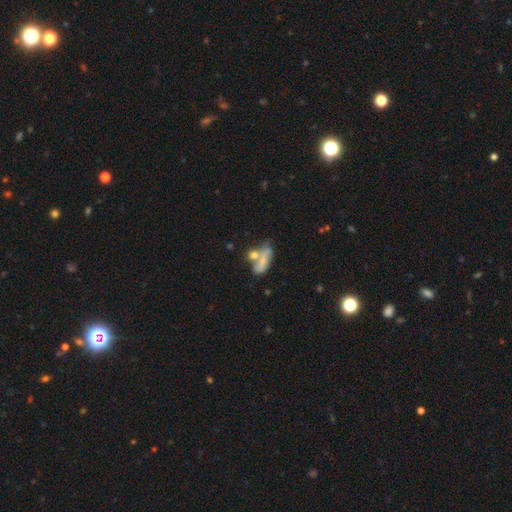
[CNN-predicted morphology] A smooth galaxy with no disk features (57%) that is in between round and cigar-shaped (59%).

Vote fractions:
- Smooth or featured? smooth: 57% / featured or disk: 30% / star or artifact: 13%
- How rounded? in between: 59% / cigar-shaped: 27% / round: 14%
- Merging? merger: 37% / none: 36% / minor disturbance: 16% / major disturbance: 11%